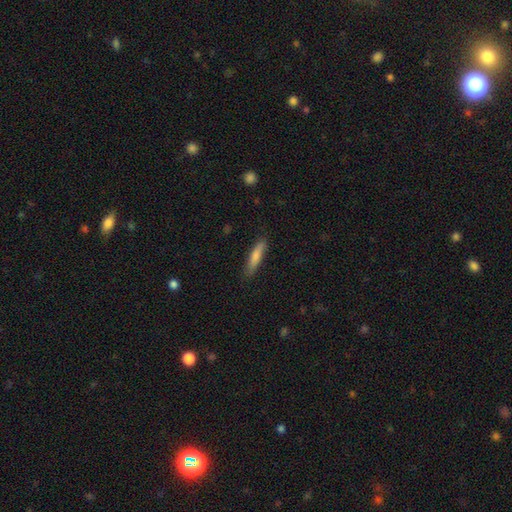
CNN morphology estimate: Overall: smooth (65%; featured or disk 27%). How rounded: cigar-shaped (87%). Merging: none (85%).